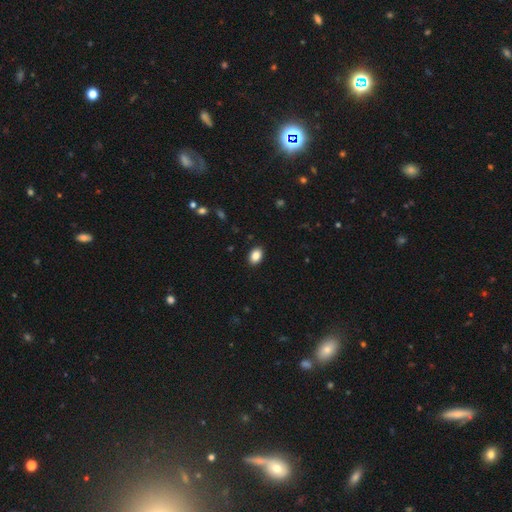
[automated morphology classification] Overall: smooth (87%). How rounded: in between (80%). Merging: none (90%).